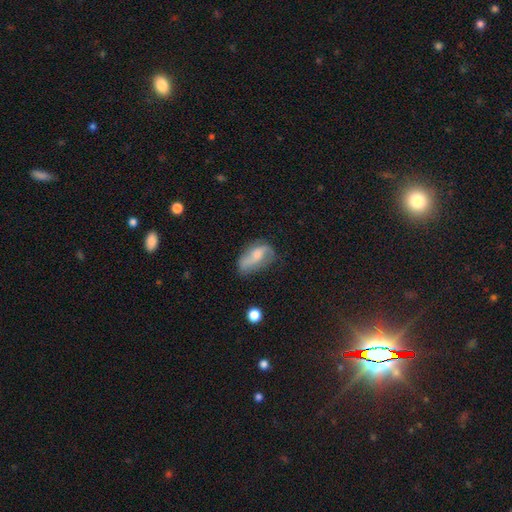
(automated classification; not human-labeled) The model was most divided on "smooth or featured": featured or disk: 50%, smooth: 42%, star or artifact: 8%. Remaining: merging — none (45%).